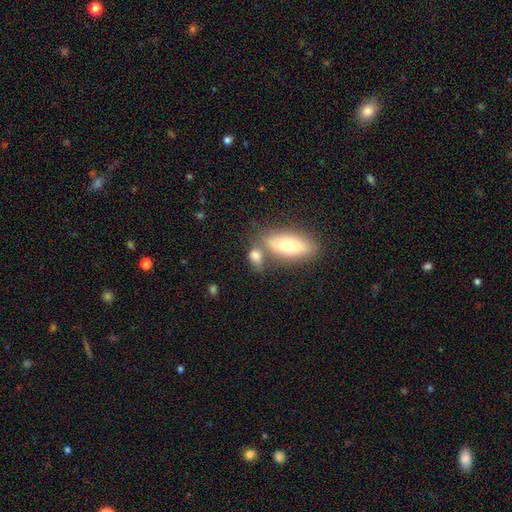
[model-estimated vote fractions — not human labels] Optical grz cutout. It shows a smooth galaxy with no disk features (76%) that is in between round and cigar-shaped (77%). Merging: none (50%).